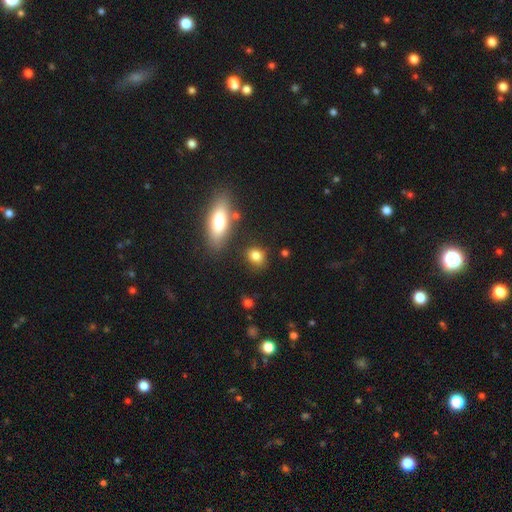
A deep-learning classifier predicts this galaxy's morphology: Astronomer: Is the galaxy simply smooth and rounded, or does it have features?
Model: smooth — 82%.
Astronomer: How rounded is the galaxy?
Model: in between — 50% (runner-up: round, 47%).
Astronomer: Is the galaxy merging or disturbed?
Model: none — 78%.